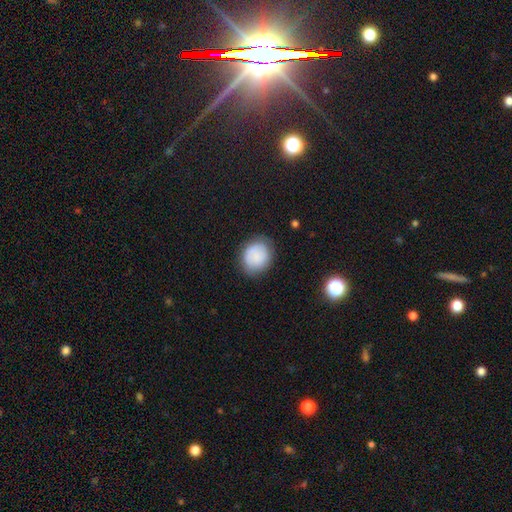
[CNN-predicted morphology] Smooth or featured? smooth (78%)
How rounded? round (69%)
Merging? none (78%)